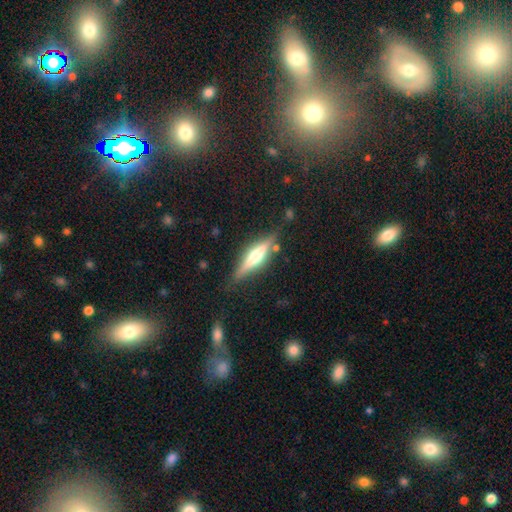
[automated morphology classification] Smooth or featured? Predicted: featured or disk (p=0.68). Edge-on disk? Predicted: yes (p=0.95). Edge-on bulge? Predicted: rounded (p=0.84). Merging? Predicted: none (p=0.83).